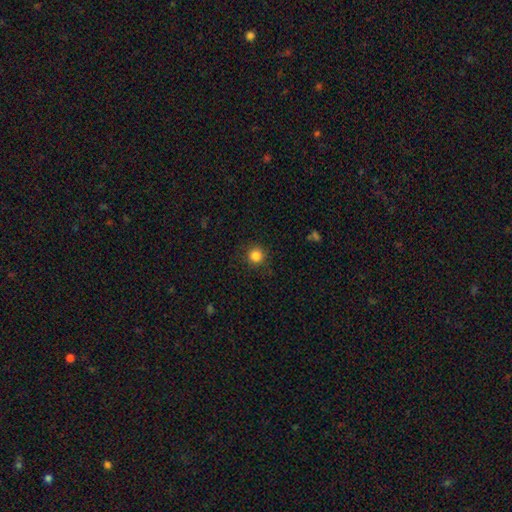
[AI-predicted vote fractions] smooth-or-featured: smooth: 85% | star or artifact: 11% | featured or disk: 4%
  how-rounded: round: 94% | in between: 5% | cigar-shaped: 1%
  merging: none: 89% | minor disturbance: 7% | major disturbance: 3% | merger: 1%